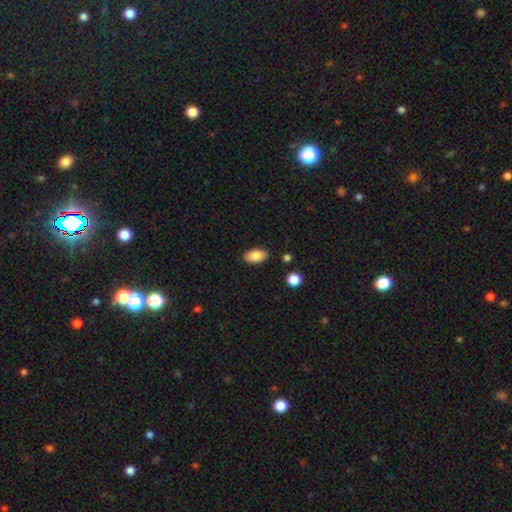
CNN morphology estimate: A smooth galaxy with no disk features (87%) that is in between round and cigar-shaped (93%).

Vote fractions:
- Smooth or featured? smooth: 87% / star or artifact: 7% / featured or disk: 6%
- How rounded? in between: 93% / round: 4% / cigar-shaped: 3%
- Merging? none: 86% / minor disturbance: 10% / major disturbance: 2% / merger: 2%